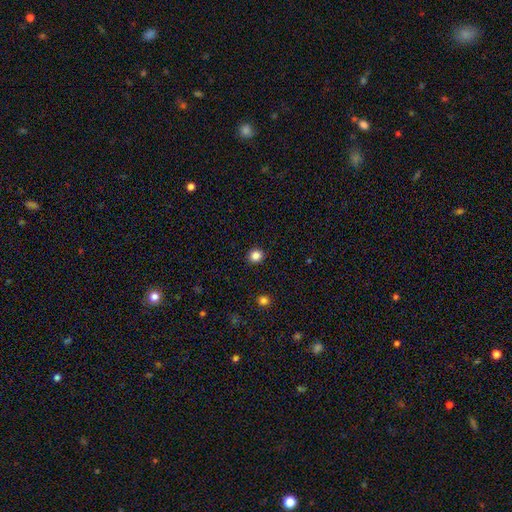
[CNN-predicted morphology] A smooth galaxy with no disk features (85%) that is round (88%). Merging: none (92%).